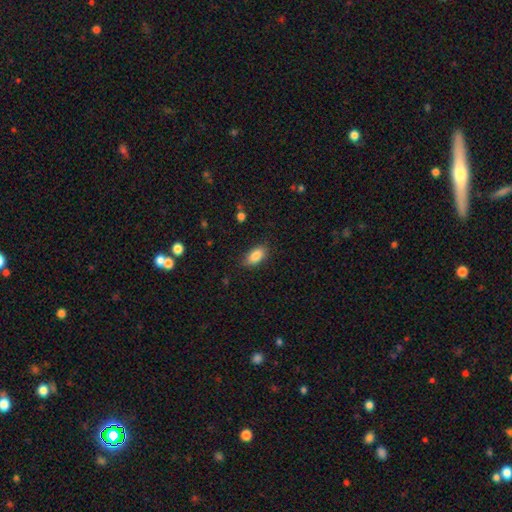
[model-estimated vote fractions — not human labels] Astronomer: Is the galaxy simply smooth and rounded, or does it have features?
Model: smooth — 86%.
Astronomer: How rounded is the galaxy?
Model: in between — 91%.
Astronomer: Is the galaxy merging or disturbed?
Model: none — 83%.